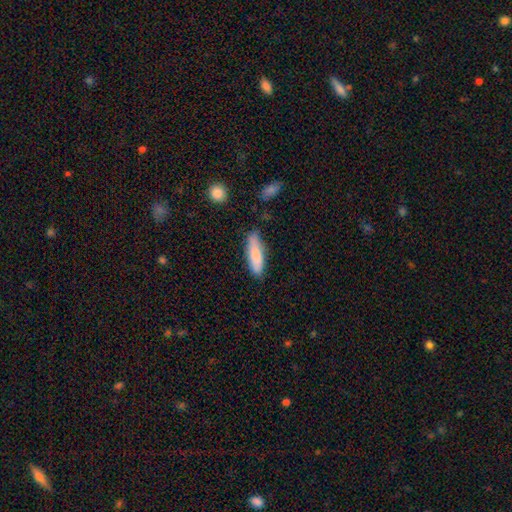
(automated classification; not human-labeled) Q: Smooth or featured?
A: smooth (80%); runner-up: featured or disk (14%)
Q: How rounded?
A: cigar-shaped (59%); runner-up: in between (39%)
Q: Merging?
A: none (71%); runner-up: minor disturbance (22%)